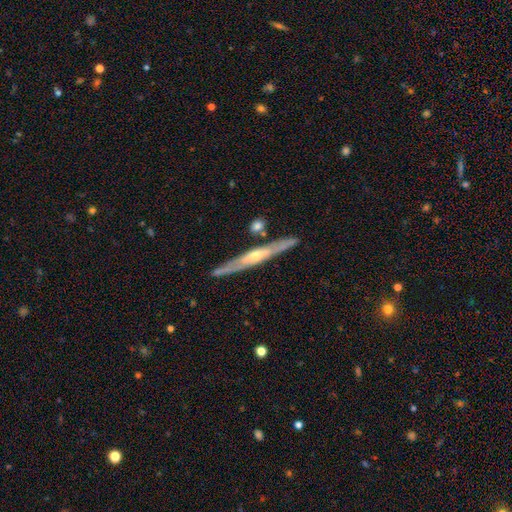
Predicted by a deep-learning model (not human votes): Q: Smooth or featured?
A: featured or disk (74%); runner-up: smooth (20%)
Q: Edge-on disk?
A: yes (94%); runner-up: no (6%)
Q: Edge-on bulge?
A: rounded (72%); runner-up: none (25%)
Q: Merging?
A: none (85%); runner-up: minor disturbance (9%)